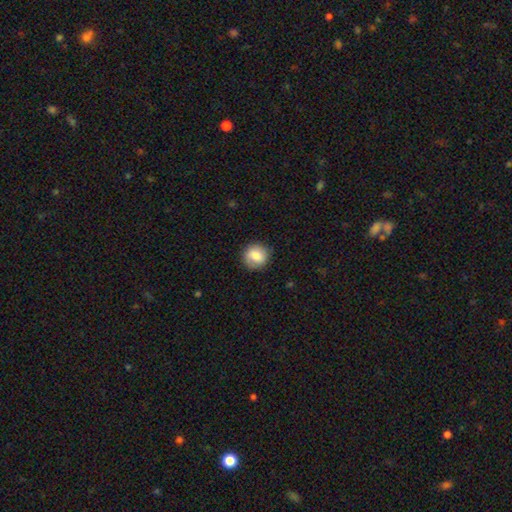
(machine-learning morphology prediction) This is likely a smooth galaxy (78%). How rounded: clearly round (90%). Merging: clearly none (86%).